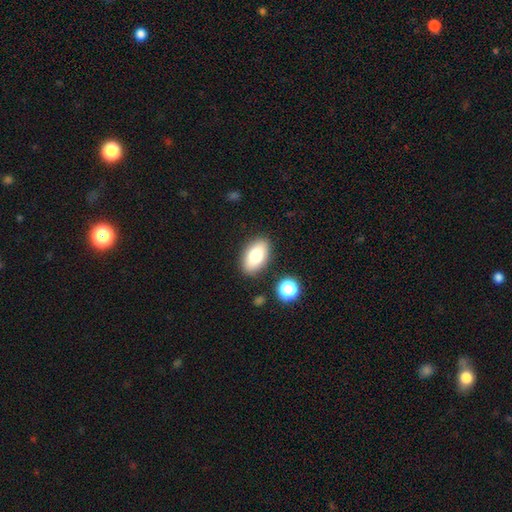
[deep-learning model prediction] Morphology: type=smooth (78%); roundness=in between (91%); merging=none (86%).